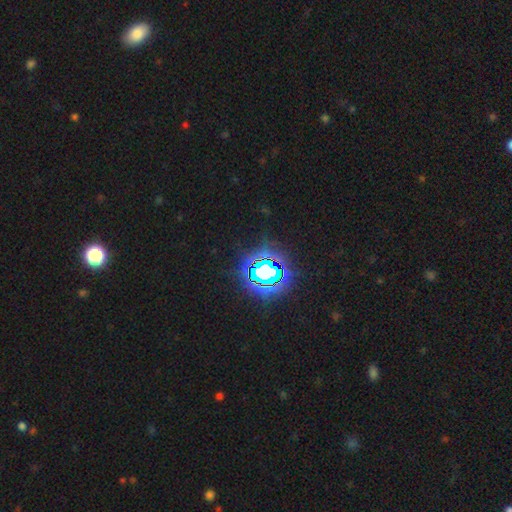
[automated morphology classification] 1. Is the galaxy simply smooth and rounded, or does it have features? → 84% star or artifact, 10% smooth, 5% featured or disk.